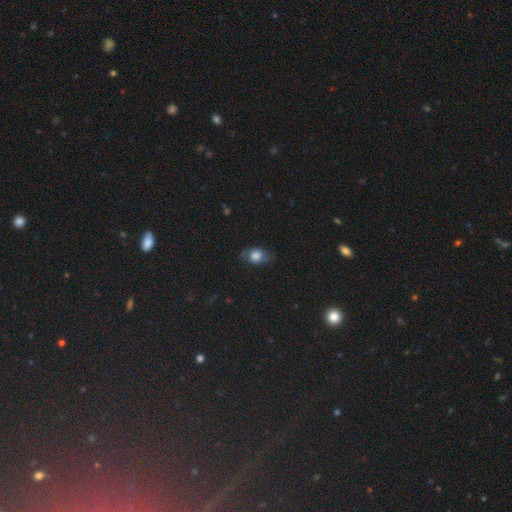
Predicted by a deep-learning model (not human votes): smooth-or-featured: smooth: 61% | featured or disk: 26% | star or artifact: 13%
  how-rounded: in between: 53% | round: 45% | cigar-shaped: 2%
  merging: none: 65% | minor disturbance: 23% | major disturbance: 11% | merger: 1%